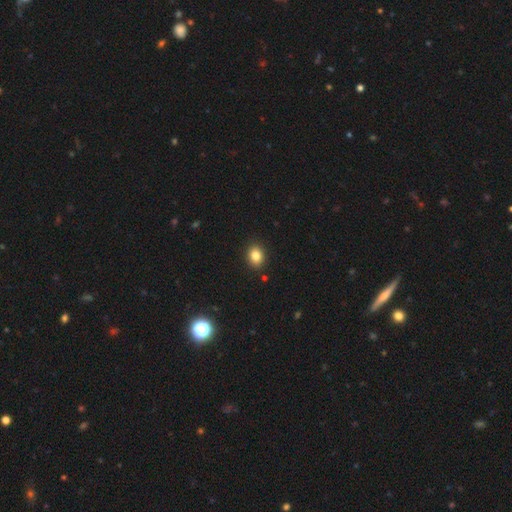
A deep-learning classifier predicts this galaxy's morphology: The model was most divided on "how rounded": in between: 54%, round: 45%, cigar-shaped: 1%. More confident: merging — none (90%); smooth or featured — smooth (83%).